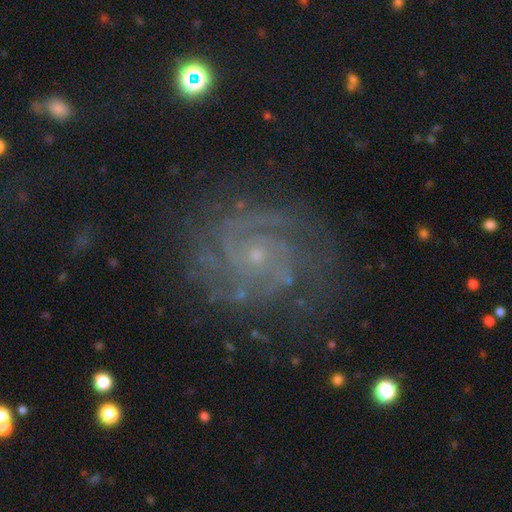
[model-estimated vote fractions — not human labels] A featured or disk galaxy (87%) with no bar (76%), 2 (45%) tight (67%) spiral arms (98%) and a small central bulge (82%). Merging: none (77%).